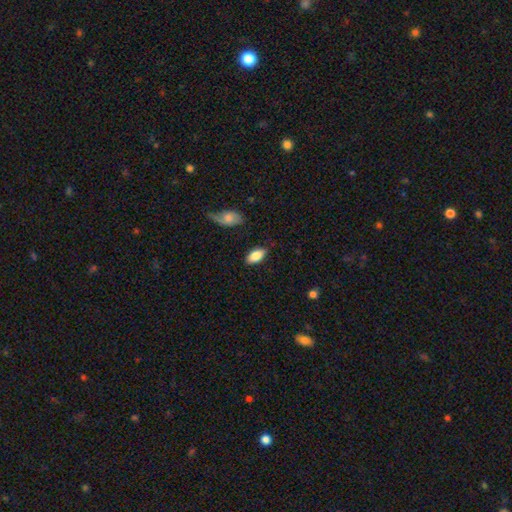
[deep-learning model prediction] smooth_or_featured: smooth (p=0.84) [alt: featured or disk p=0.10]
how_rounded: in between (p=0.93) [alt: cigar-shaped p=0.04]
merging: none (p=0.83) [alt: minor disturbance p=0.12]